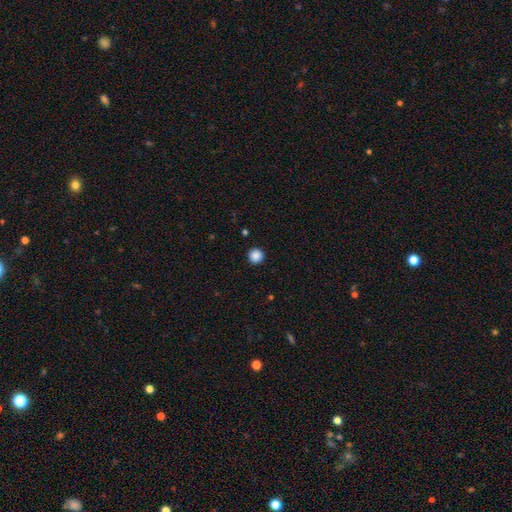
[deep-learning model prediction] Q: Smooth or featured?
A: smooth (88%); runner-up: star or artifact (10%)
Q: How rounded?
A: round (96%); runner-up: in between (3%)
Q: Merging?
A: none (93%); runner-up: minor disturbance (5%)